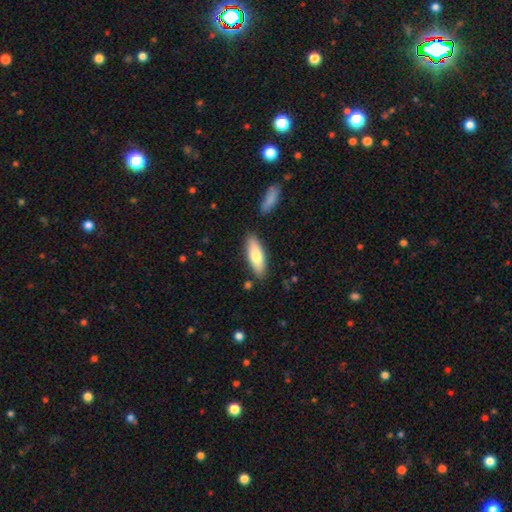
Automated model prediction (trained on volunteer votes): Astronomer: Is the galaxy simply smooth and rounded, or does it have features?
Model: smooth — 74%.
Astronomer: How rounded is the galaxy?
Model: in between — 53% (runner-up: cigar-shaped, 46%).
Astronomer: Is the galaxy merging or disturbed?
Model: none — 83%.